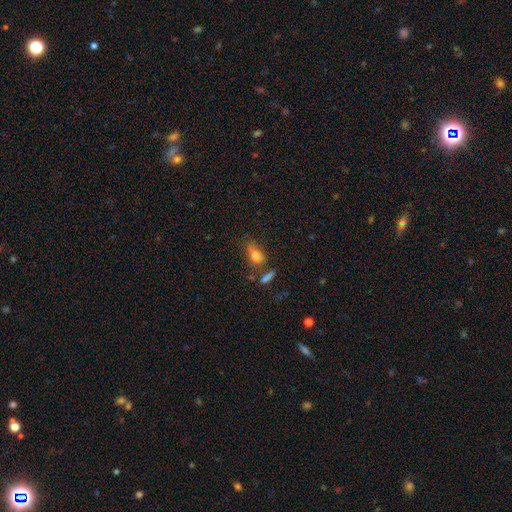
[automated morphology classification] smooth_or_featured: smooth (p=0.71) [alt: featured or disk p=0.16]
how_rounded: in between (p=0.76) [alt: round p=0.14]
merging: none (p=0.53) [alt: minor disturbance p=0.23]